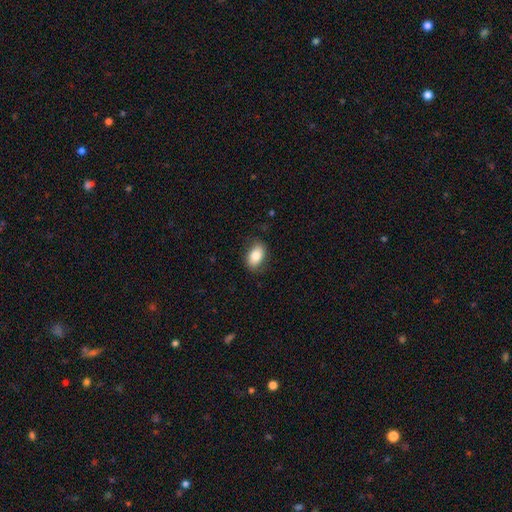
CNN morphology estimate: Smooth or featured?
  - smooth: 81% *
  - featured or disk: 12%
  - star or artifact: 7%
How rounded?
  - in between: 89% *
  - round: 9%
  - cigar-shaped: 2%
Merging?
  - none: 82% *
  - minor disturbance: 13%
  - major disturbance: 3%
  - merger: 1%